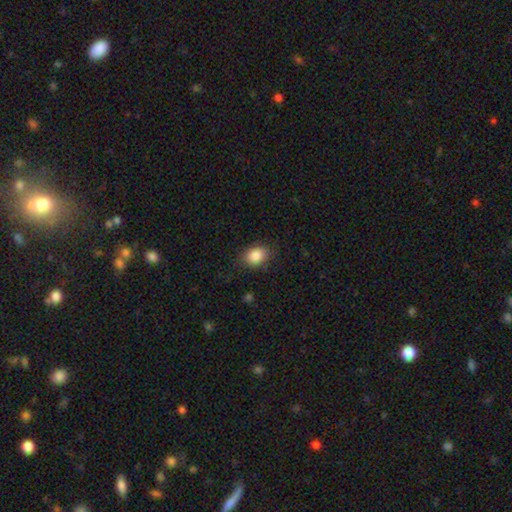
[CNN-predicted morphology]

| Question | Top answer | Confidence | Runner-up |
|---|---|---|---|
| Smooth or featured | smooth | 86% | star or artifact (8%) |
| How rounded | in between | 70% | round (29%) |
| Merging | none | 82% | minor disturbance (14%) |